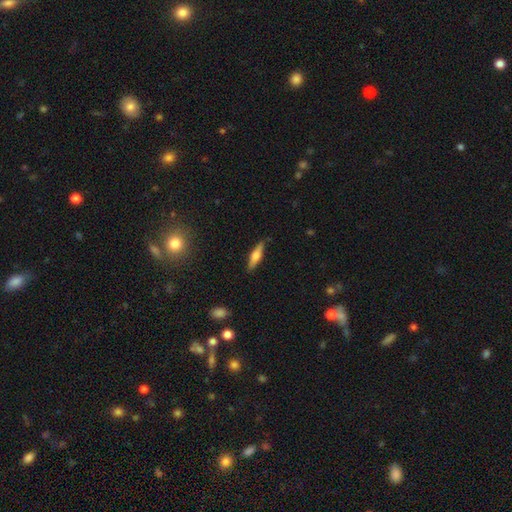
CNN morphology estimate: This is possibly a smooth galaxy (48%). Merging: clearly none (86%).